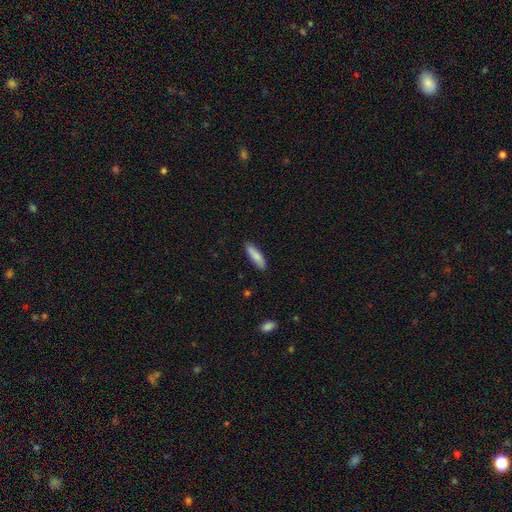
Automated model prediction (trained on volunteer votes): smooth-or-featured: smooth: 83% | featured or disk: 11% | star or artifact: 6%
  how-rounded: cigar-shaped: 59% | in between: 40% | round: 2%
  merging: none: 87% | minor disturbance: 10% | major disturbance: 2% | merger: 1%